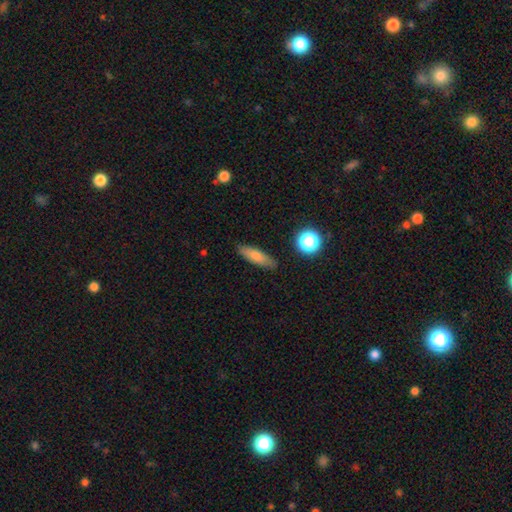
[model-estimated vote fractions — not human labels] A smooth galaxy with no disk features (74%) that is cigar-shaped (58%). Merging: none (87%).